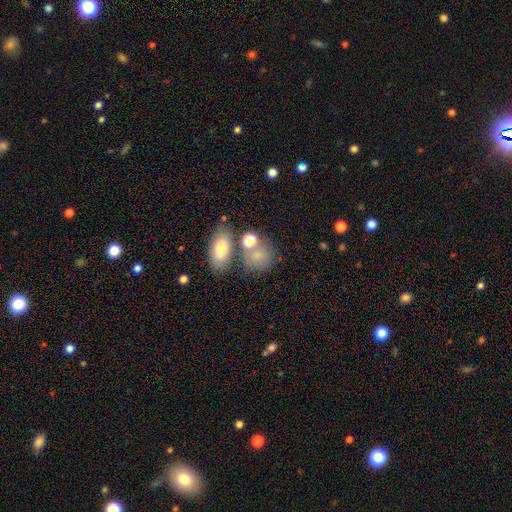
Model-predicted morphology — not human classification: This is likely a smooth galaxy (77%). How rounded: possibly round (59%). Merging: possibly none (52%).